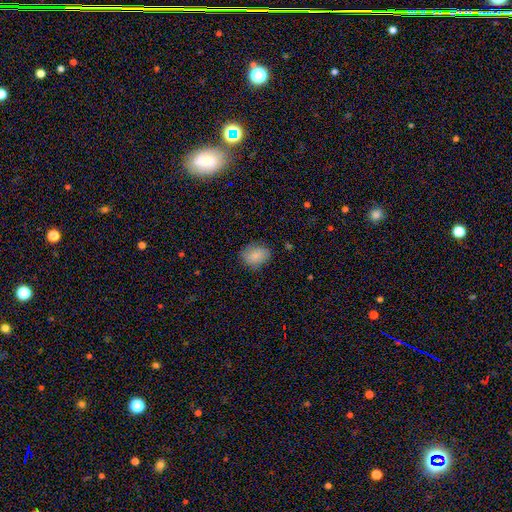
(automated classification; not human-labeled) A smooth galaxy with no disk features (85%) that is in between round and cigar-shaped (57%). Merging: none (80%).